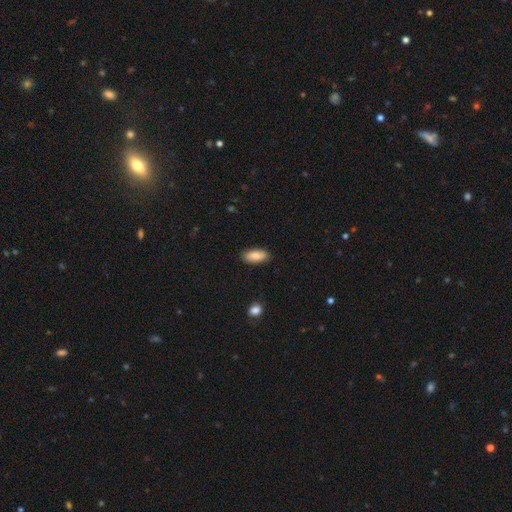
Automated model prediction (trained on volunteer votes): A smooth galaxy with no disk features (86%) that is in between round and cigar-shaped (87%).

Vote fractions:
- Smooth or featured? smooth: 86% / featured or disk: 8% / star or artifact: 6%
- How rounded? in between: 87% / cigar-shaped: 11% / round: 2%
- Merging? none: 88% / minor disturbance: 9% / major disturbance: 2% / merger: 1%